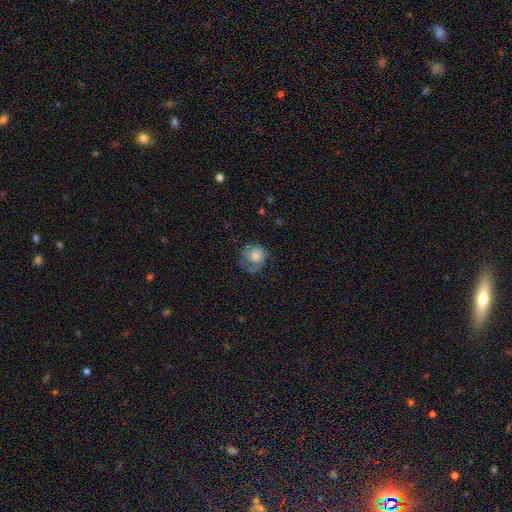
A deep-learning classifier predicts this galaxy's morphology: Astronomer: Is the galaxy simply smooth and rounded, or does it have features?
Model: smooth — 66%.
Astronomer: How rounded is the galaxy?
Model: round — 78%.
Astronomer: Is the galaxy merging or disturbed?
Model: none — 47% (runner-up: minor disturbance, 27%).